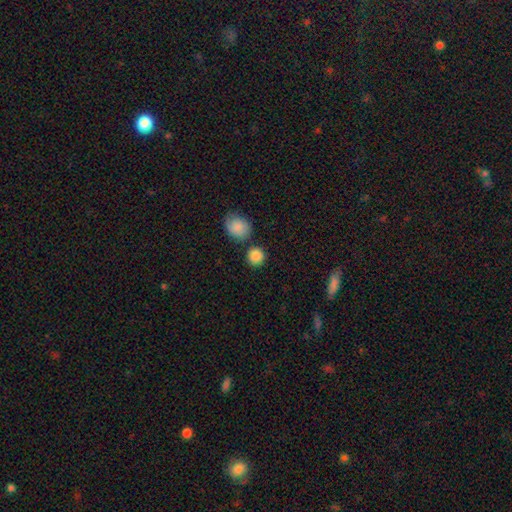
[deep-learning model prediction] smooth-or-featured: smooth: 87% | star or artifact: 8% | featured or disk: 4%
  how-rounded: round: 89% | in between: 10% | cigar-shaped: 1%
  merging: none: 77% | merger: 11% | minor disturbance: 9% | major disturbance: 3%